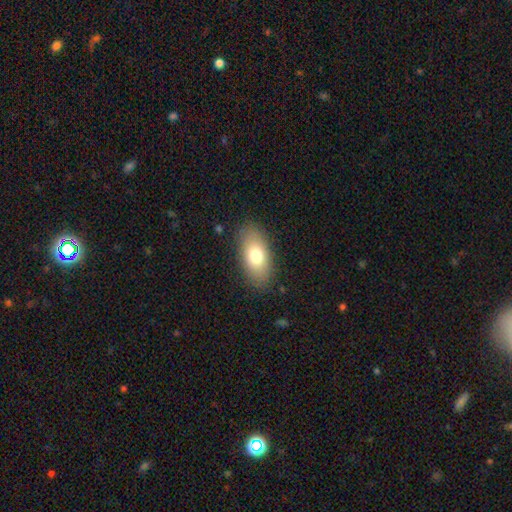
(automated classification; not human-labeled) Smooth or featured?
  - smooth: 75% *
  - featured or disk: 17%
  - star or artifact: 8%
How rounded?
  - in between: 89% *
  - cigar-shaped: 6%
  - round: 5%
Merging?
  - none: 85% *
  - minor disturbance: 11%
  - major disturbance: 3%
  - merger: 1%